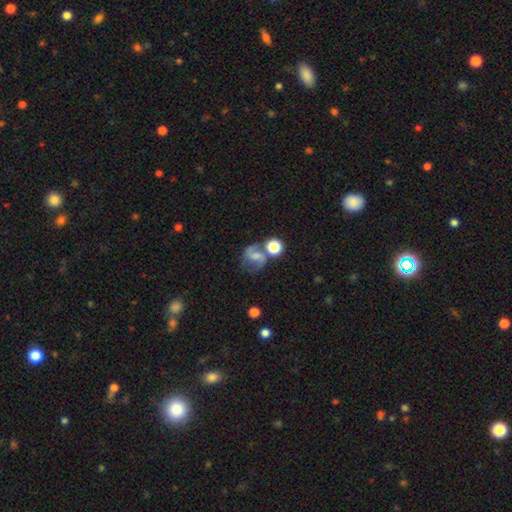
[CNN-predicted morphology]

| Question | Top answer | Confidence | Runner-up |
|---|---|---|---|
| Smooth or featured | featured or disk | 69% | smooth (20%) |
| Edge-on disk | no | 98% | yes (2%) |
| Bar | weak | 47% | no (34%) |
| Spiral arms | yes | 92% | no (8%) |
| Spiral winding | medium | 48% | loose (40%) |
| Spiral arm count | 2 | 89% | can't tell (4%) |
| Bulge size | small | 39% | moderate (32%) |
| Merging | none | 51% | merger (20%) |